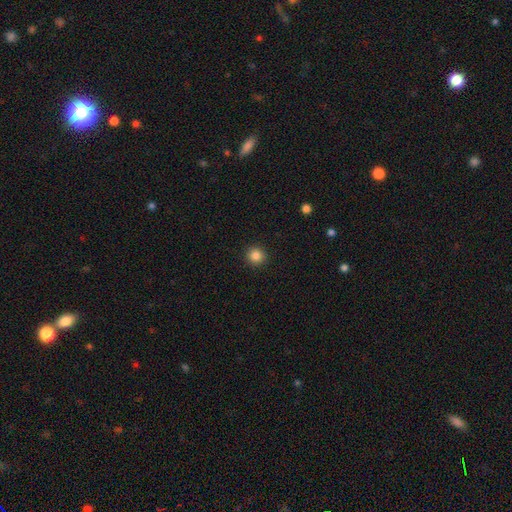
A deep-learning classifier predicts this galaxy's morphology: smooth 85%, star or artifact 11%, featured or disk 4%. Down the decision tree: how rounded — round (94%); merging — none (93%).